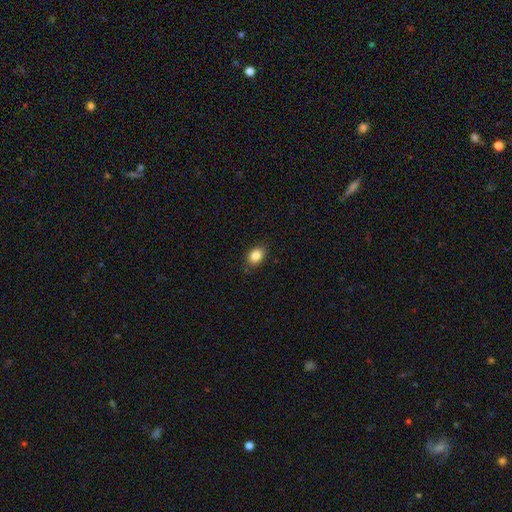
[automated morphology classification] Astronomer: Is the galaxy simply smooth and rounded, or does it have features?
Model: smooth — 84%.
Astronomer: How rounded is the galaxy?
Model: in between — 70%.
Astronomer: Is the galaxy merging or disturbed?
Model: none — 86%.